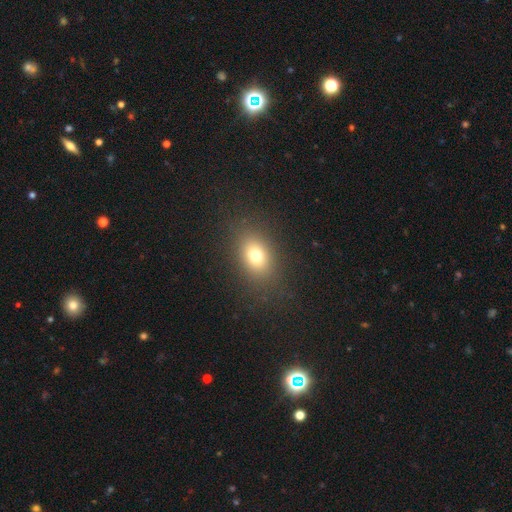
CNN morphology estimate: This appears to be a smooth galaxy with no disk features (74%) that is in between round and cigar-shaped (68%). Merging: none (84%).